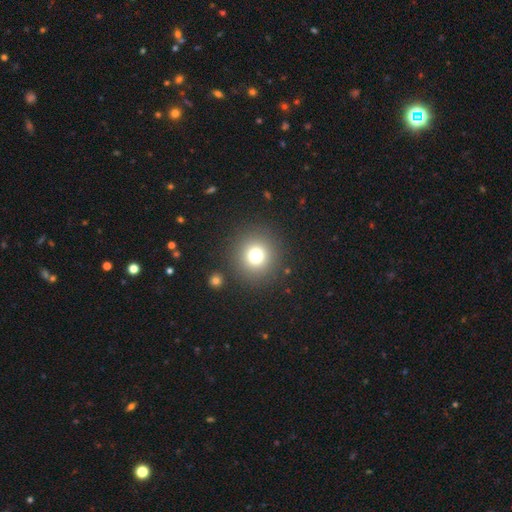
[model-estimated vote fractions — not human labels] smooth_or_featured: smooth (p=0.75) [alt: star or artifact p=0.15]
how_rounded: round (p=0.93) [alt: in between p=0.06]
merging: none (p=0.88) [alt: minor disturbance p=0.06]